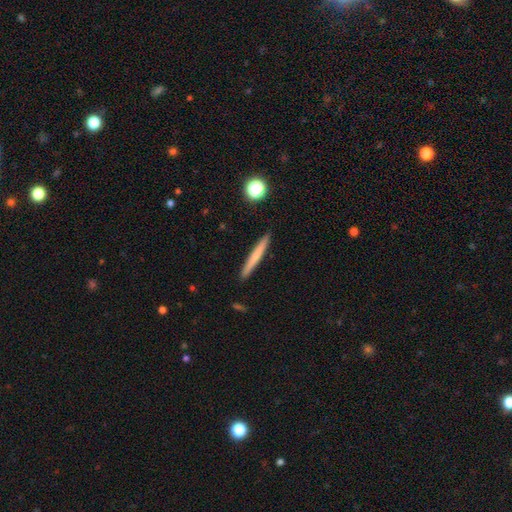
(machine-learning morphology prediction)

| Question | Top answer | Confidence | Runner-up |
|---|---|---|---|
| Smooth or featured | smooth | 61% | featured or disk (33%) |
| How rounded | cigar-shaped | 96% | in between (2%) |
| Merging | none | 92% | minor disturbance (5%) |